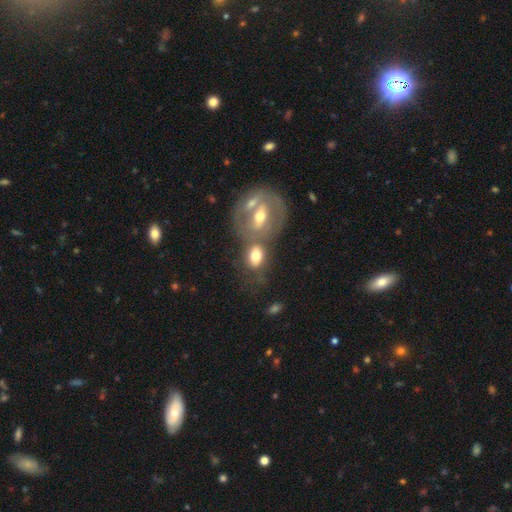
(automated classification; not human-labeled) This is likely a smooth galaxy (61%). How rounded: likely in between (76%). Merging: possibly merger (51%).